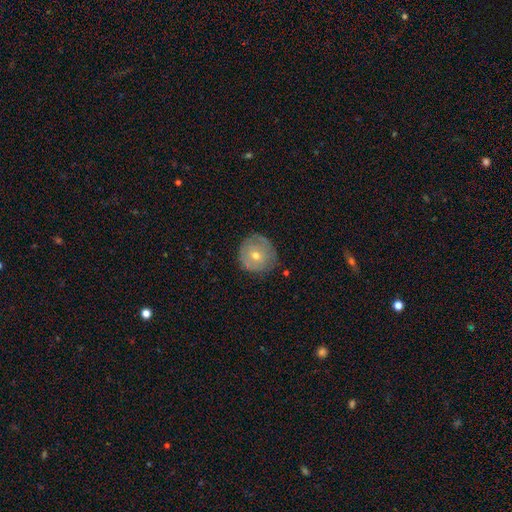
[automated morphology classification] Smooth or featured?
  - smooth: 48% *
  - featured or disk: 43%
  - star or artifact: 9%
Merging?
  - none: 78% *
  - minor disturbance: 17%
  - major disturbance: 4%
  - merger: 1%